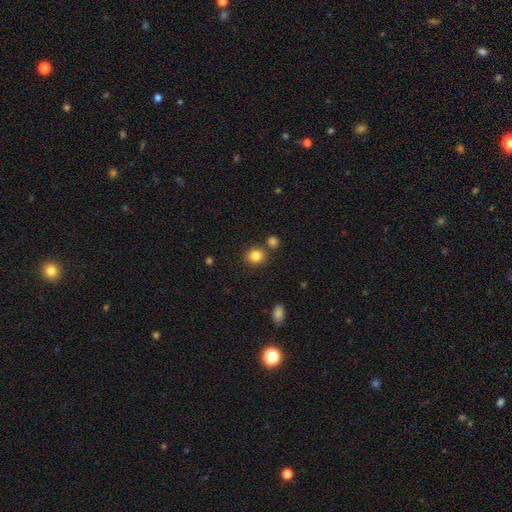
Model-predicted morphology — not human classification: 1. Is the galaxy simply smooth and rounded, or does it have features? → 84% smooth, 11% star or artifact, 6% featured or disk.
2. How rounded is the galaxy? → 81% round, 18% in between, 1% cigar-shaped.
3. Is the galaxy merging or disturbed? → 79% none, 10% merger, 9% minor disturbance, 3% major disturbance.